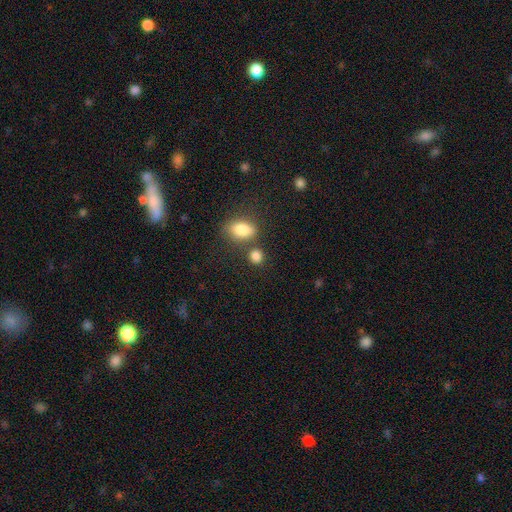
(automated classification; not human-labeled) Q: Smooth or featured?
A: smooth (84%); runner-up: star or artifact (11%)
Q: How rounded?
A: round (65%); runner-up: in between (33%)
Q: Merging?
A: none (67%); runner-up: merger (18%)